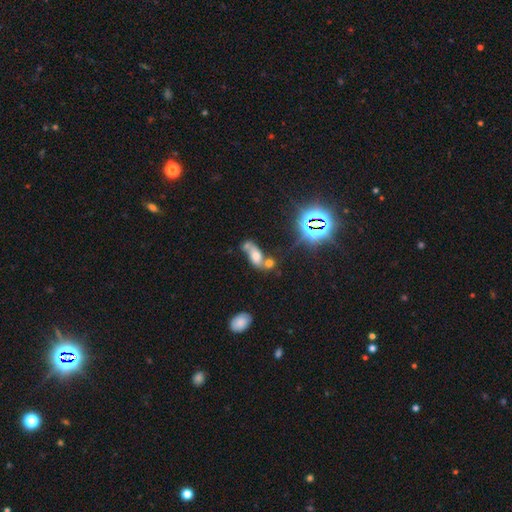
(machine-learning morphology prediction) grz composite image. It shows a smooth galaxy with no disk features (40%). Merging: merger (48%).